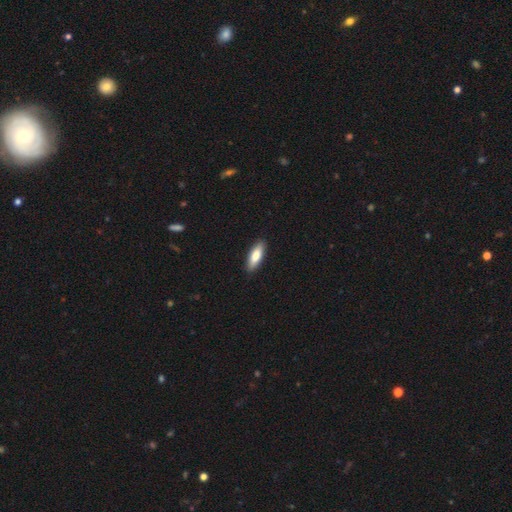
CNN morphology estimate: Q: Smooth or featured?
A: smooth (79%); runner-up: featured or disk (15%)
Q: How rounded?
A: in between (58%); runner-up: cigar-shaped (40%)
Q: Merging?
A: none (90%); runner-up: minor disturbance (8%)